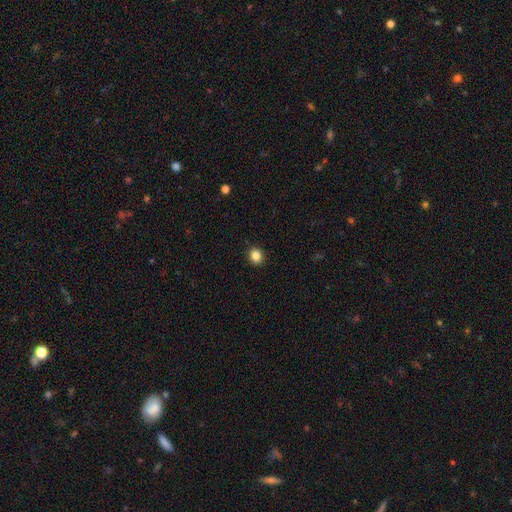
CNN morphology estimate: smooth_or_featured: smooth (p=0.85) [alt: star or artifact p=0.11]
how_rounded: round (p=0.75) [alt: in between p=0.24]
merging: none (p=0.90) [alt: minor disturbance p=0.07]